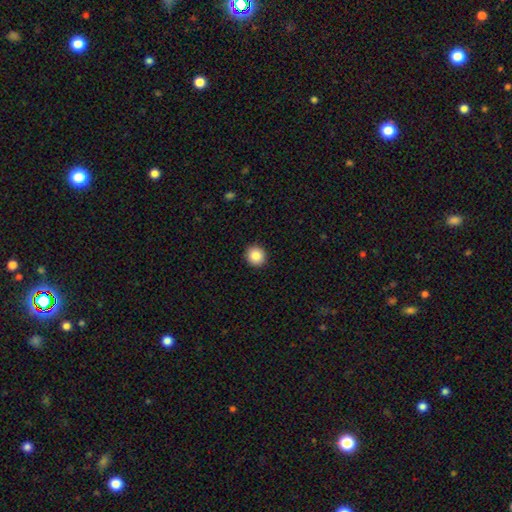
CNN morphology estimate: The model was most divided on "smooth or featured": smooth: 86%, star or artifact: 9%, featured or disk: 5%. More confident: merging — none (93%); how rounded — round (91%).